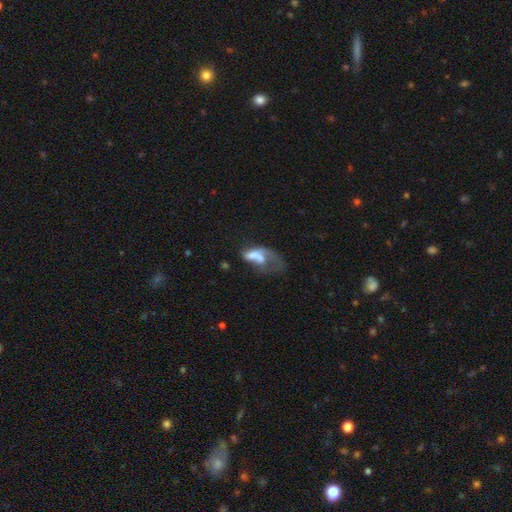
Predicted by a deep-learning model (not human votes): Smooth or featured: smooth — 46% (featured or disk — 44%)
Merging: major disturbance — 45% (merger — 31%)